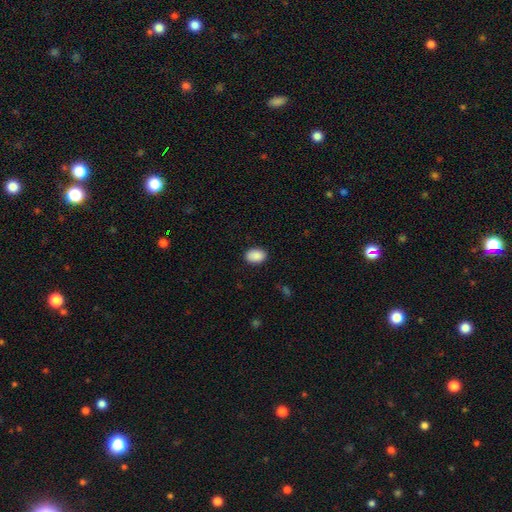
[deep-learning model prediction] A smooth galaxy with no disk features (90%) that is in between round and cigar-shaped (81%). Merging: none (88%).